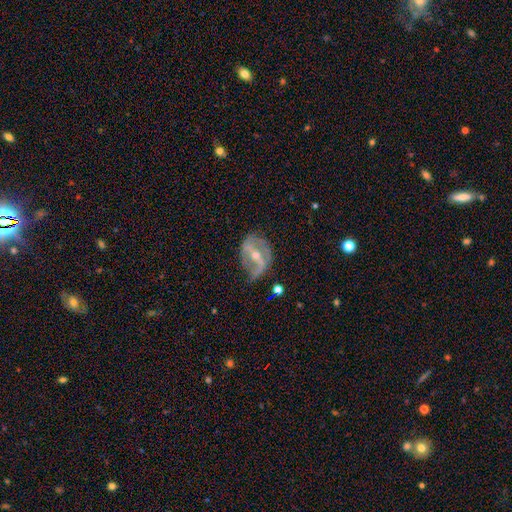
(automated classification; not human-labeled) Overall: featured or disk (79%). Edge-on disk: no (95%). Bar: strong (48%; weak 35%). Spiral arms: yes (79%). Spiral arm count: 2 (70%). Spiral winding: loose (44%; medium 37%). Bulge size: moderate (52%; small 43%). Merging: none (51%; minor disturbance 29%).